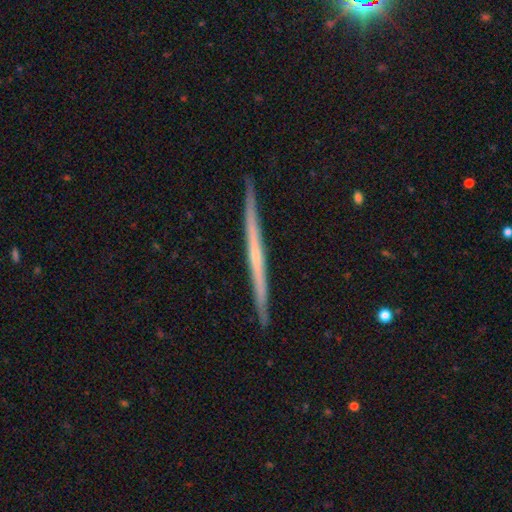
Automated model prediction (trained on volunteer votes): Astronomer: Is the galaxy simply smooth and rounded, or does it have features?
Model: featured or disk — 67%.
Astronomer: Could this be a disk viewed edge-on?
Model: yes — 98%.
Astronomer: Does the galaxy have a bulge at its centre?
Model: none — 79%.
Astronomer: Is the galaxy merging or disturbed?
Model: none — 92%.